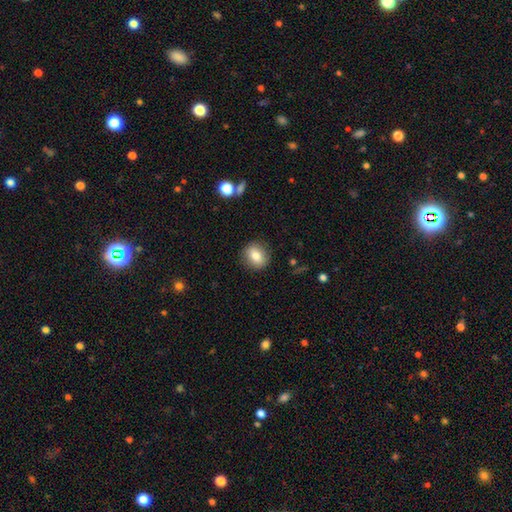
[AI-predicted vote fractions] Smooth or featured: smooth — 78% (featured or disk — 13%)
How rounded: round — 70% (in between — 29%)
Merging: none — 87% (minor disturbance — 9%)